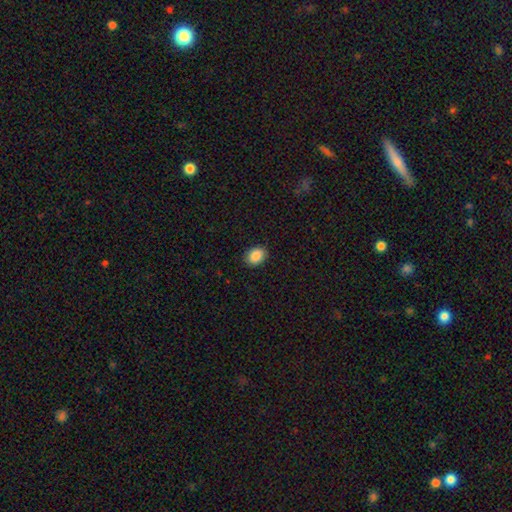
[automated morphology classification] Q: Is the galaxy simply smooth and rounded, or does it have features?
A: smooth — 88%.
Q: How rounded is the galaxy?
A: in between — 69%.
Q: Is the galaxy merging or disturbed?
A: none — 89%.